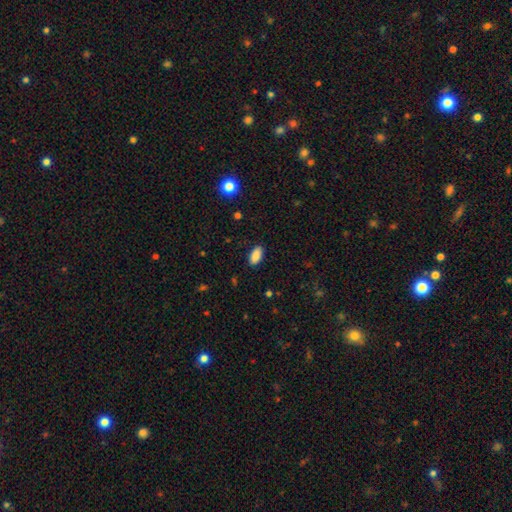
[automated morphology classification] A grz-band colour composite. It shows a smooth galaxy with no disk features (88%) that is in between round and cigar-shaped (92%). Merging: none (88%).